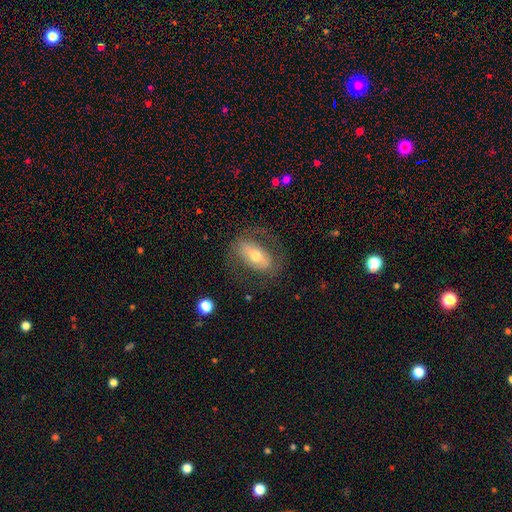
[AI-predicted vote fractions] This is possibly a featured or disk galaxy (53%). It is clearly not viewed edge-on (89%). Merging: likely none (69%).